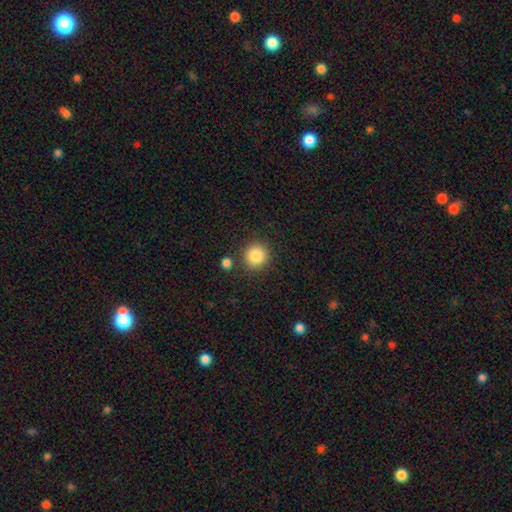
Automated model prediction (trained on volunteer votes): Smooth or featured?
  - smooth: 85% *
  - star or artifact: 10%
  - featured or disk: 5%
How rounded?
  - round: 93% *
  - in between: 6%
  - cigar-shaped: 1%
Merging?
  - none: 85% *
  - minor disturbance: 7%
  - merger: 5%
  - major disturbance: 3%